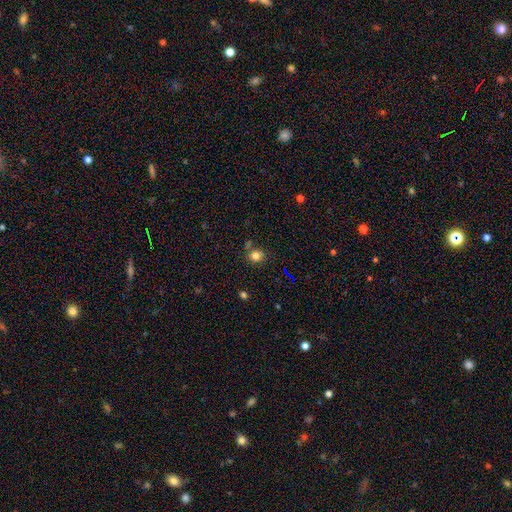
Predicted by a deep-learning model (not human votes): Morphology: type=smooth (80%); roundness=round (70%); merging=none (71%).